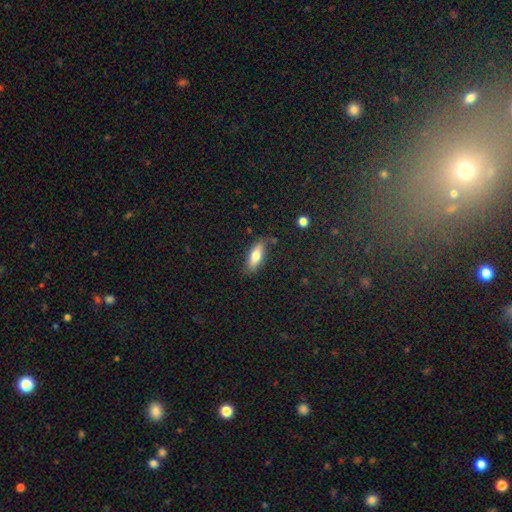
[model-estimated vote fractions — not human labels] Q: Smooth or featured?
A: smooth (75%); runner-up: featured or disk (18%)
Q: How rounded?
A: in between (65%); runner-up: cigar-shaped (33%)
Q: Merging?
A: none (79%); runner-up: minor disturbance (15%)